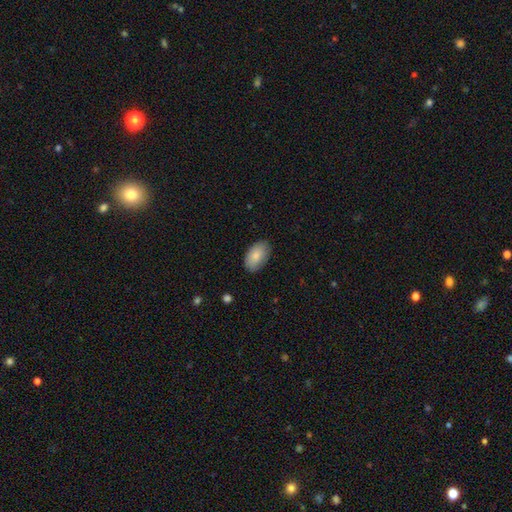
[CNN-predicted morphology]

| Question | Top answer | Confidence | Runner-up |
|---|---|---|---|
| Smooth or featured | smooth | 85% | featured or disk (9%) |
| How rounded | in between | 94% | round (5%) |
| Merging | none | 84% | minor disturbance (13%) |